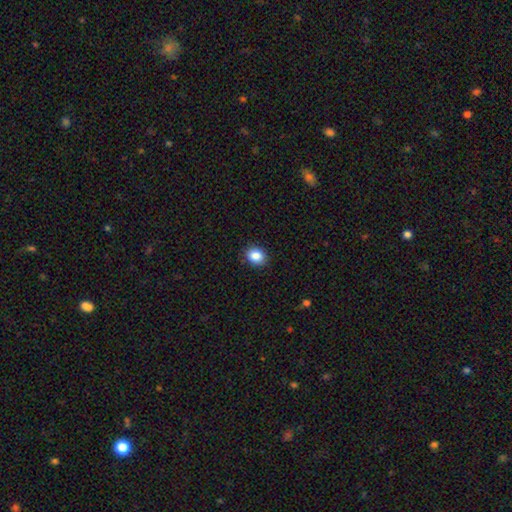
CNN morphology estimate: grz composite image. It shows a smooth galaxy with no disk features (87%) that is round (52%). Merging: none (90%).